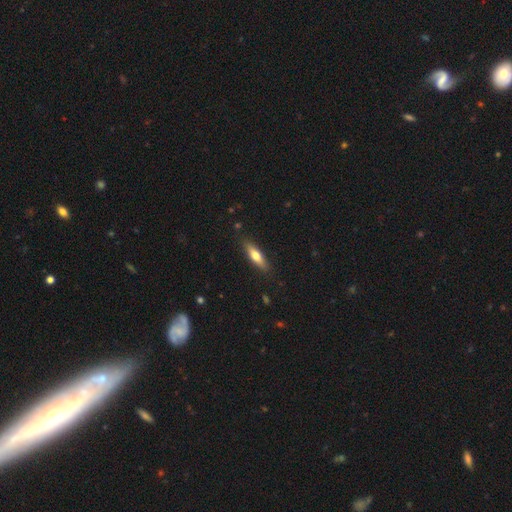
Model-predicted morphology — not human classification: Smooth or featured? smooth (61%)
How rounded? cigar-shaped (62%)
Merging? none (87%)